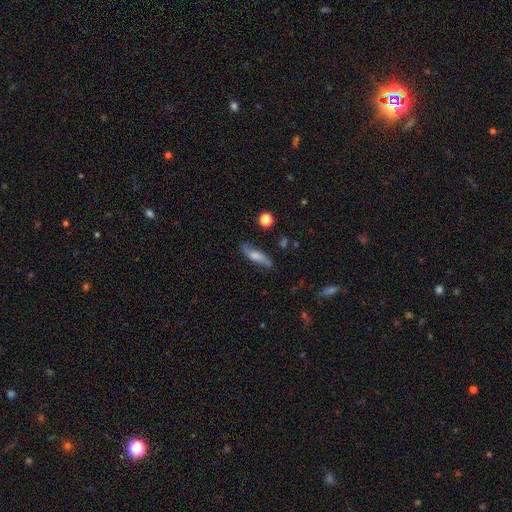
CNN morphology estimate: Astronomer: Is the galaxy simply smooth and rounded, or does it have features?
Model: featured or disk — 49% (runner-up: smooth, 43%).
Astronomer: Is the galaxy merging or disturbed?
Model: none — 74%.